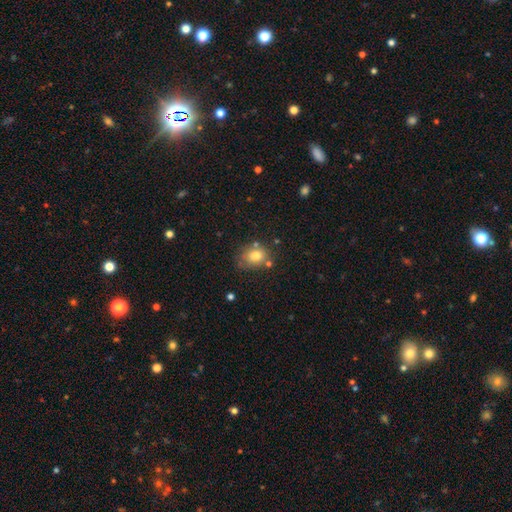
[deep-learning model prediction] Morphology: type=smooth (77%); roundness=in between (53%); merging=none (62%).